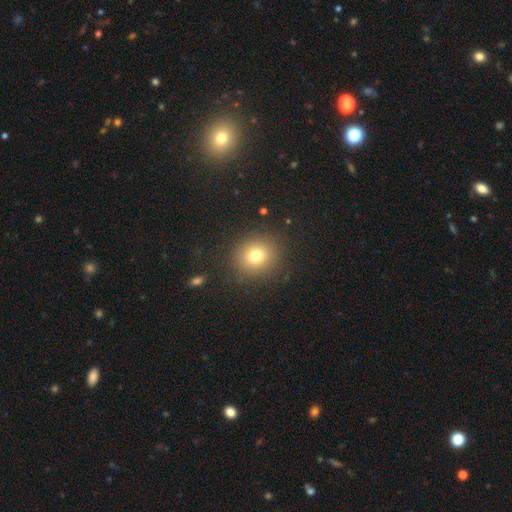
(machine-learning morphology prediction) This is likely a smooth galaxy (75%). How rounded: clearly round (83%). Merging: clearly none (87%).